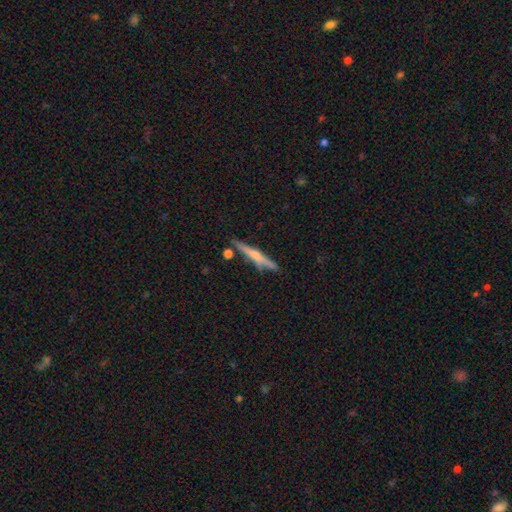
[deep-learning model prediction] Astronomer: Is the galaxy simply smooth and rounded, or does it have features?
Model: featured or disk — 55% (runner-up: smooth, 38%).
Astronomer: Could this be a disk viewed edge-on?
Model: yes — 96%.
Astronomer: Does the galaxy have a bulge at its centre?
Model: rounded — 65%.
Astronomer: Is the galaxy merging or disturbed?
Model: none — 78%.